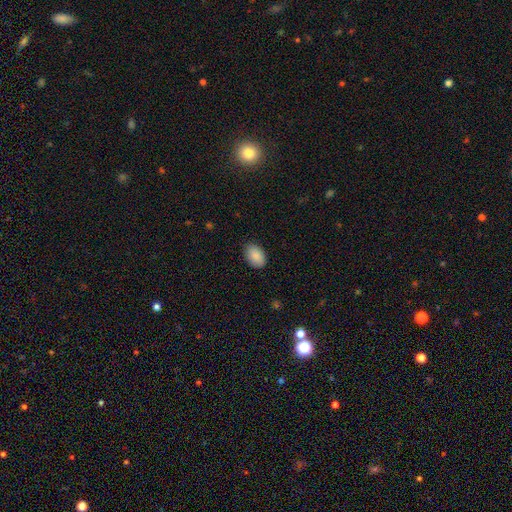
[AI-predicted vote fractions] This appears to be a smooth galaxy with no disk features (89%) that is in between round and cigar-shaped (89%). Merging: none (83%).